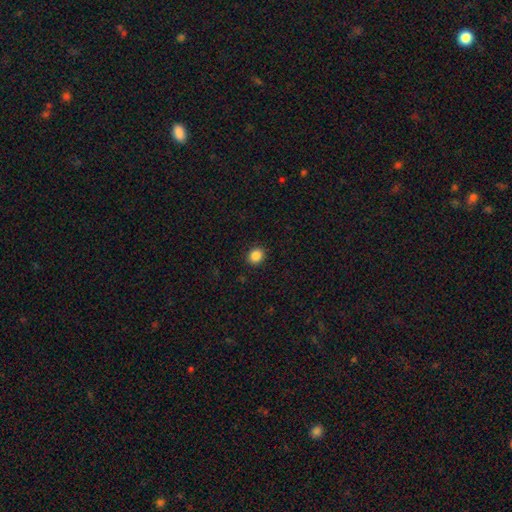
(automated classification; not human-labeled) A smooth galaxy with no disk features (87%) that is round (73%). Merging: none (91%).